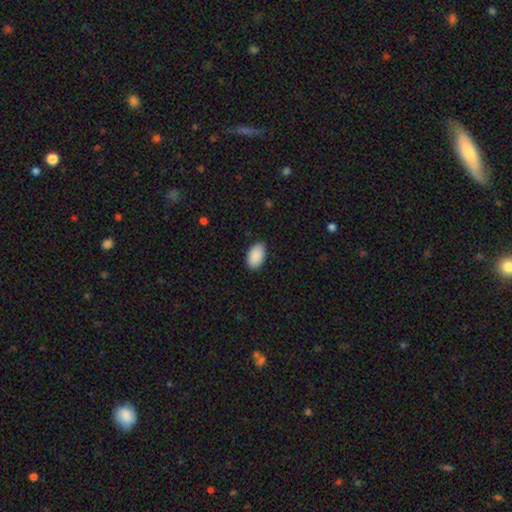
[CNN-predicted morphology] Smooth or featured? Predicted: smooth (p=0.91). How rounded? Predicted: in between (p=0.94). Merging? Predicted: none (p=0.83).